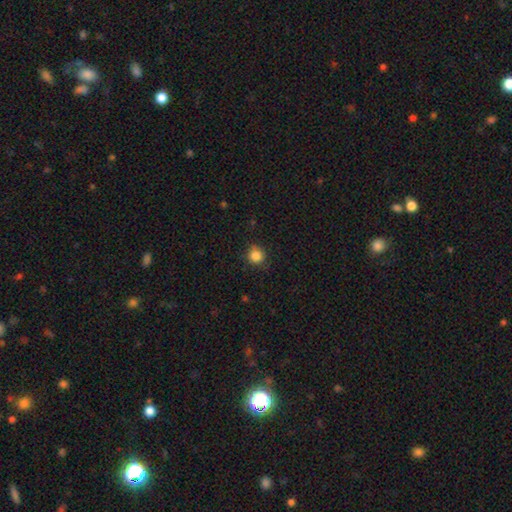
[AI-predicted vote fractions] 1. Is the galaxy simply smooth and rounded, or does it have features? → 84% smooth, 12% star or artifact, 4% featured or disk.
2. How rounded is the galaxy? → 91% round, 8% in between, 1% cigar-shaped.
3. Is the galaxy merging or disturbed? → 83% none, 13% minor disturbance, 3% major disturbance, 1% merger.